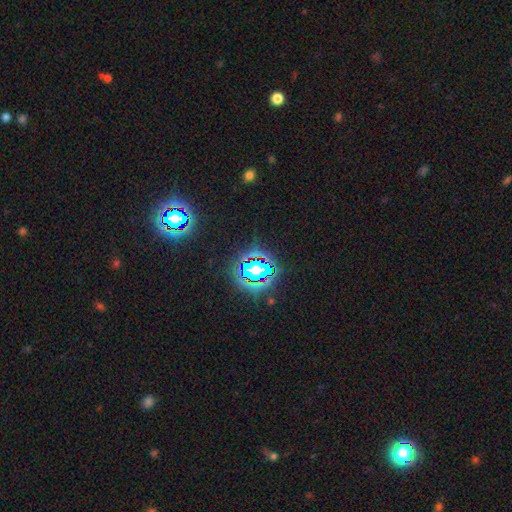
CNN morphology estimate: star or artifact 81%, smooth 12%, featured or disk 7%.